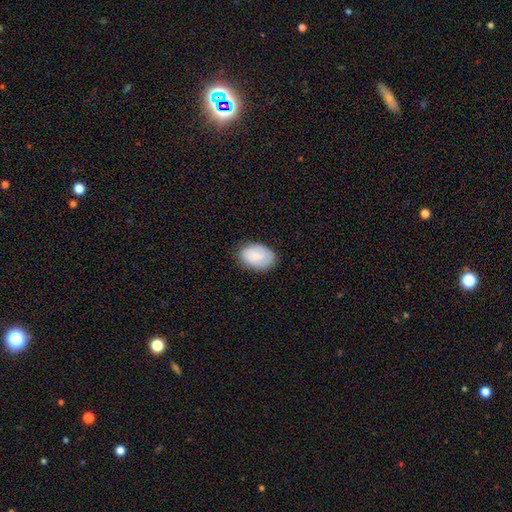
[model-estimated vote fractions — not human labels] smooth_or_featured: smooth (p=0.78) [alt: featured or disk p=0.16]
how_rounded: in between (p=0.86) [alt: round p=0.13]
merging: none (p=0.81) [alt: minor disturbance p=0.15]